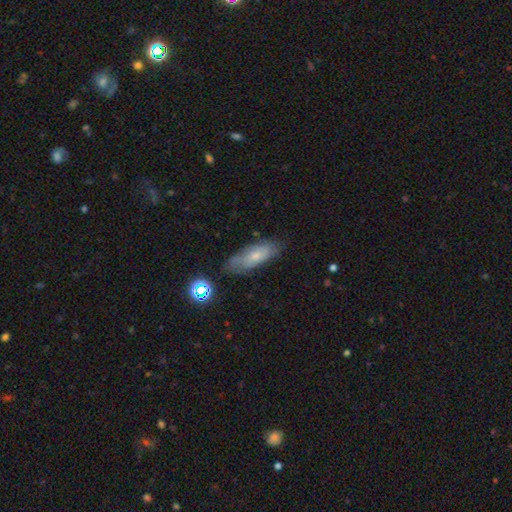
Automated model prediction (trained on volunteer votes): smooth 62%, featured or disk 29%, star or artifact 9%. Down the decision tree: how rounded — in between (68%); merging — none (70%).